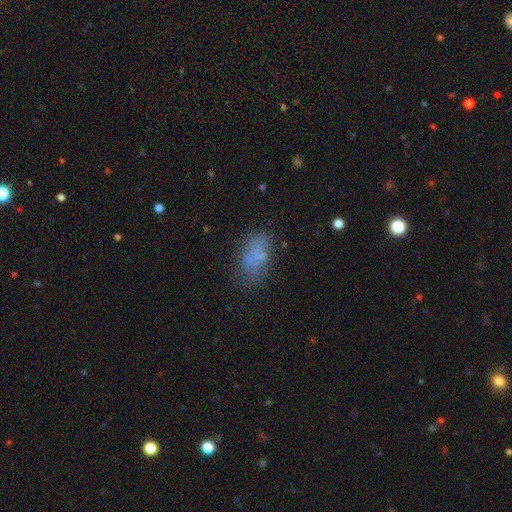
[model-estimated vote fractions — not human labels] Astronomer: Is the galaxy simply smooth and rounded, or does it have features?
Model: smooth — 64%.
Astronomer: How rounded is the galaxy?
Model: in between — 90%.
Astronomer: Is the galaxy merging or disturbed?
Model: none — 57%.